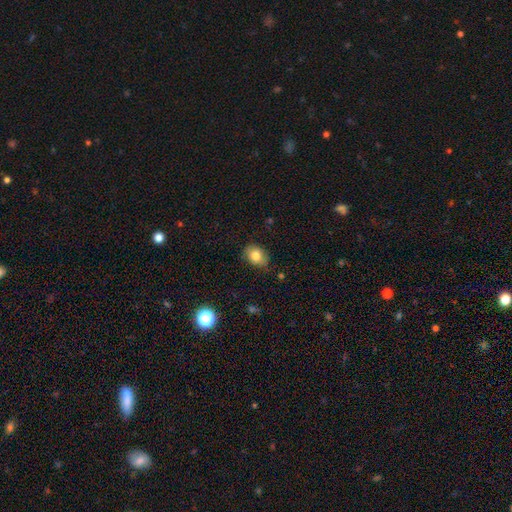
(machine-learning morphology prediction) Smooth or featured? smooth (81%)
How rounded? in between (68%)
Merging? none (75%)